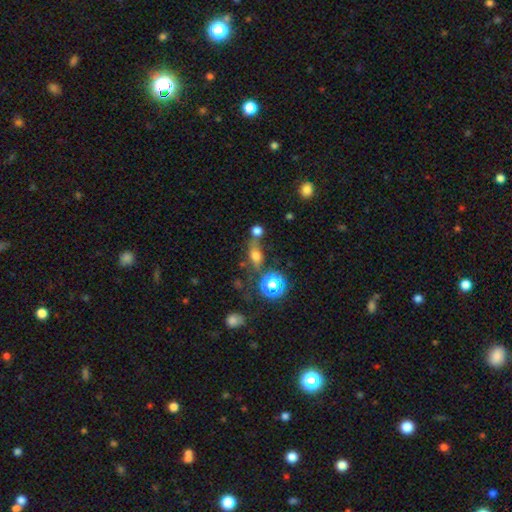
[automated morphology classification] Smooth or featured?
  - smooth: 60% *
  - star or artifact: 22%
  - featured or disk: 18%
How rounded?
  - in between: 55% *
  - round: 32%
  - cigar-shaped: 14%
Merging?
  - none: 49% *
  - merger: 27%
  - minor disturbance: 15%
  - major disturbance: 9%